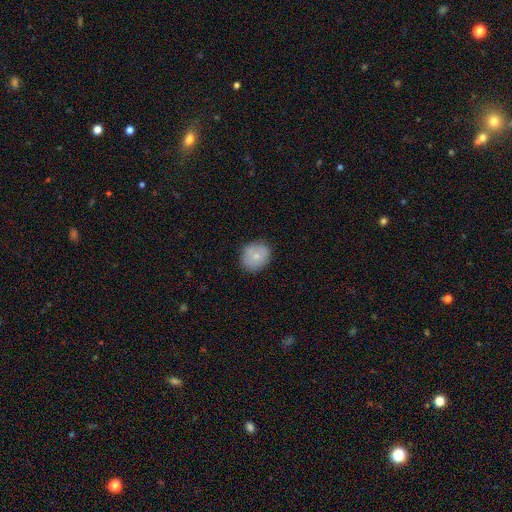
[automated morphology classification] smooth-or-featured: smooth: 75% | featured or disk: 17% | star or artifact: 9%
  how-rounded: round: 77% | in between: 23% | cigar-shaped: 1%
  merging: none: 80% | minor disturbance: 14% | major disturbance: 3% | merger: 3%